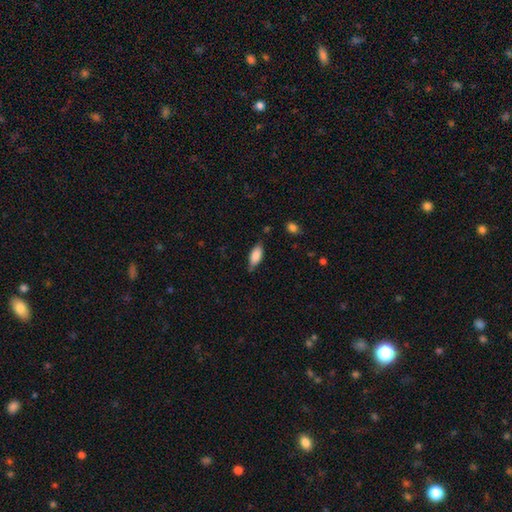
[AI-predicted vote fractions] The model was most divided on "merging": none: 70%, minor disturbance: 23%, major disturbance: 4%, merger: 2%. More confident: how rounded — in between (86%); smooth or featured — smooth (84%).